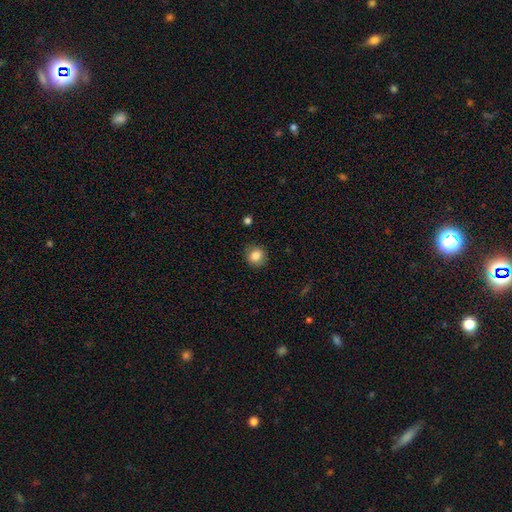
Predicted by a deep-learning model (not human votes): A smooth galaxy with no disk features (85%) that is round (82%). Merging: none (87%).